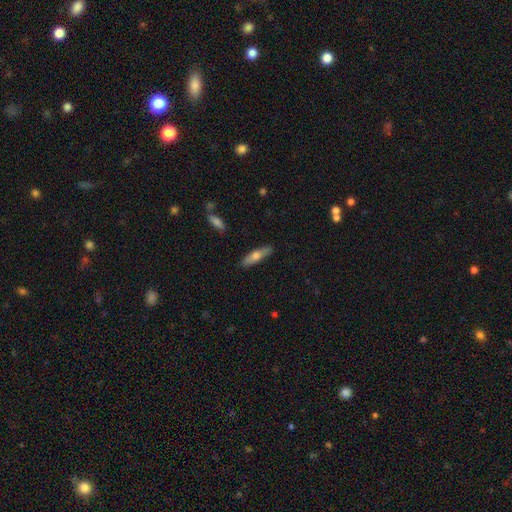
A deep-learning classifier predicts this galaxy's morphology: The model was most divided on "smooth or featured": smooth: 62%, featured or disk: 32%, star or artifact: 6%. More confident: merging — none (87%); how rounded — cigar-shaped (69%).